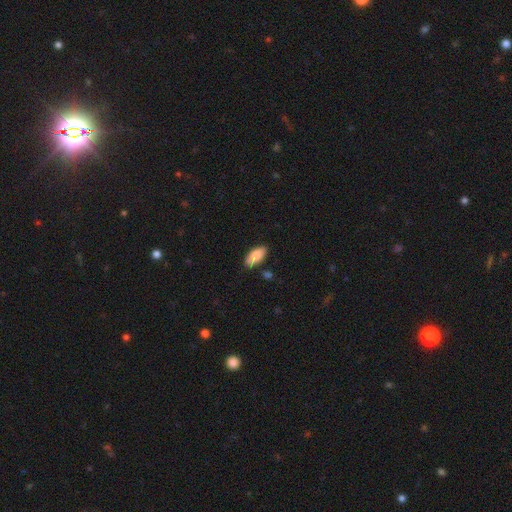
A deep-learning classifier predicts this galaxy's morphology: A smooth galaxy with no disk features (85%) that is in between round and cigar-shaped (89%). Merging: none (78%).